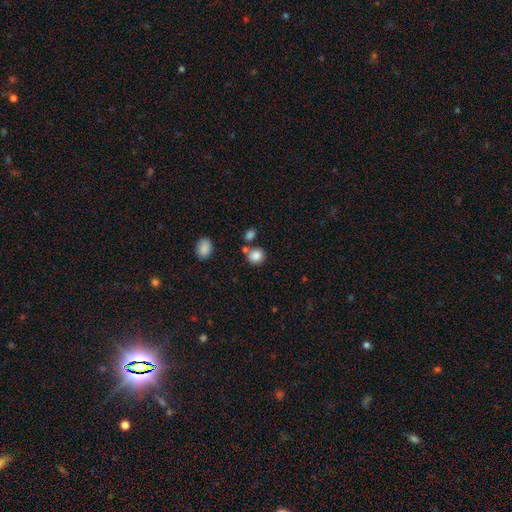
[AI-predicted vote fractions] The model was most divided on "merging": none: 69%, merger: 17%, minor disturbance: 11%, major disturbance: 4%. More confident: smooth or featured — smooth (85%); how rounded — round (83%).